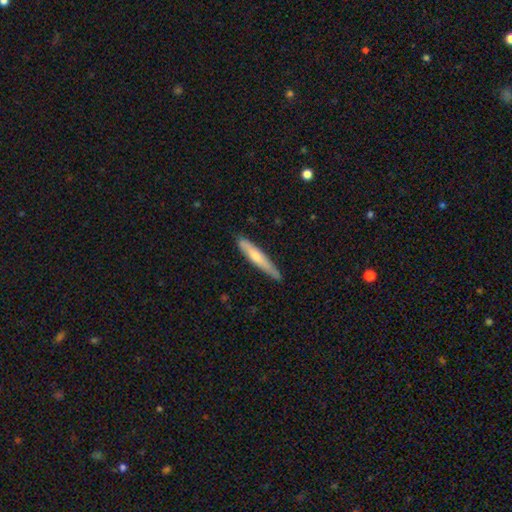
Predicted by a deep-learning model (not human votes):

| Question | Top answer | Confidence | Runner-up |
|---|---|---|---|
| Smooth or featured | smooth | 54% | featured or disk (41%) |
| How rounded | cigar-shaped | 92% | in between (6%) |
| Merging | none | 81% | minor disturbance (15%) |